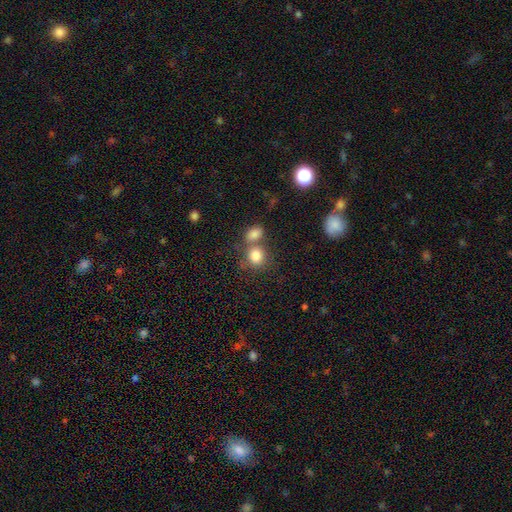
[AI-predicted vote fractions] A smooth galaxy with no disk features (82%) that is round (67%). Merging: none (48%).